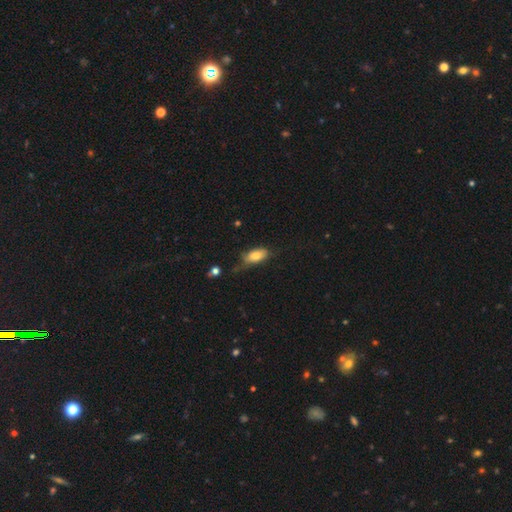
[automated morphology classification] Q: Smooth or featured?
A: smooth (78%); runner-up: featured or disk (14%)
Q: How rounded?
A: in between (88%); runner-up: cigar-shaped (8%)
Q: Merging?
A: none (47%); runner-up: minor disturbance (34%)